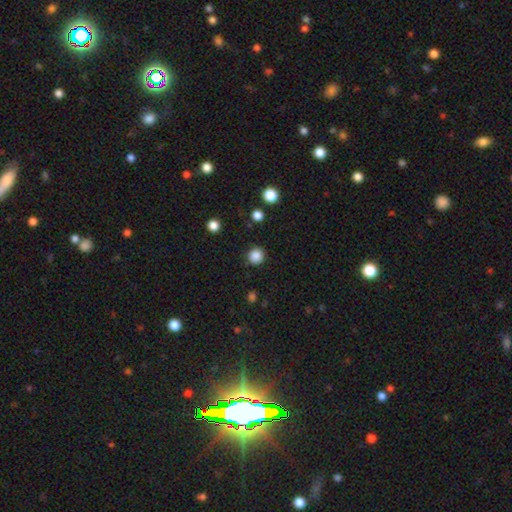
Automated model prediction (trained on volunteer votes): smooth_or_featured: smooth (p=0.86) [alt: star or artifact p=0.11]
how_rounded: round (p=0.93) [alt: in between p=0.06]
merging: none (p=0.88) [alt: minor disturbance p=0.08]